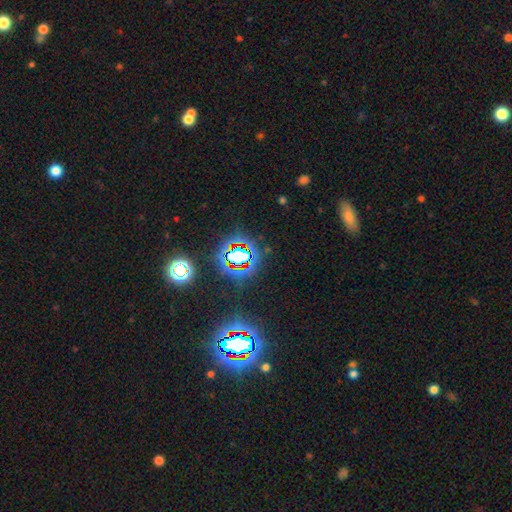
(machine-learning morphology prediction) Overall: star or artifact (76%).